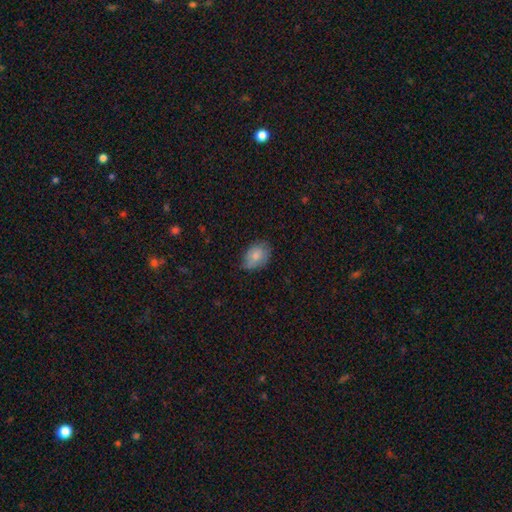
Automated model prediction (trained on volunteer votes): smooth-or-featured: smooth: 80% | featured or disk: 12% | star or artifact: 7%
  how-rounded: in between: 80% | round: 19% | cigar-shaped: 1%
  merging: none: 66% | minor disturbance: 27% | major disturbance: 5% | merger: 1%